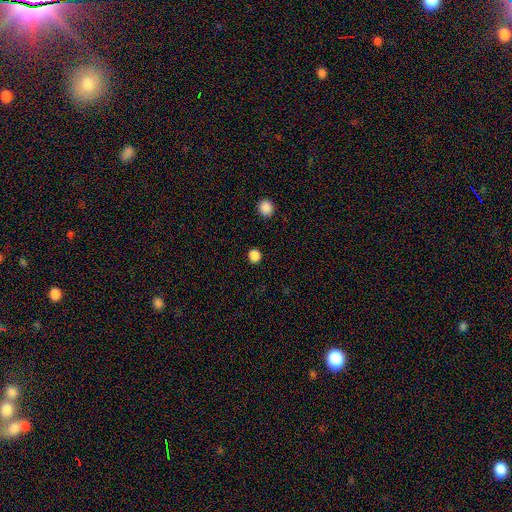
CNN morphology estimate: Smooth or featured? smooth (86%)
How rounded? round (88%)
Merging? none (92%)